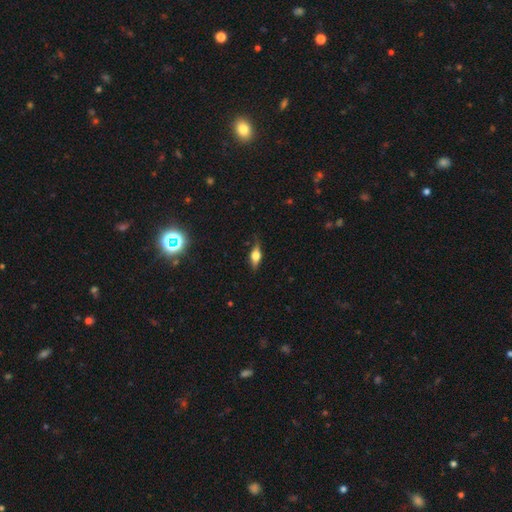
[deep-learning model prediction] This is possibly a smooth galaxy (48%). Merging: likely none (77%).